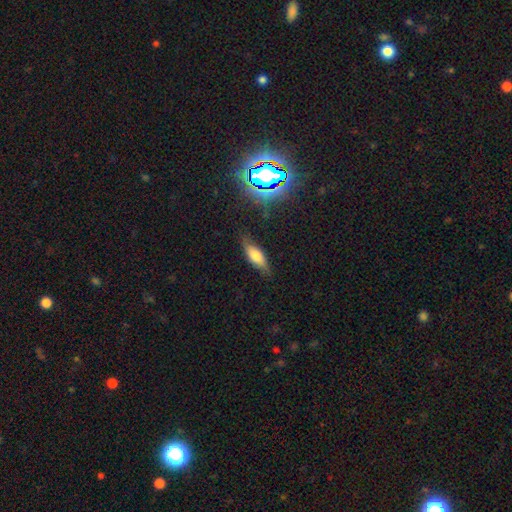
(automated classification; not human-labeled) Overall: smooth (65%). How rounded: in between (67%; cigar-shaped 30%). Merging: none (75%).